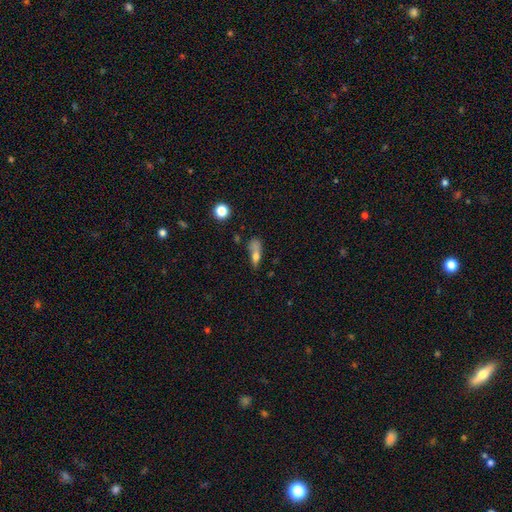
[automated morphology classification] smooth 66%, featured or disk 21%, star or artifact 13%. Down the decision tree: how rounded — in between (52%); merging — none (31%).